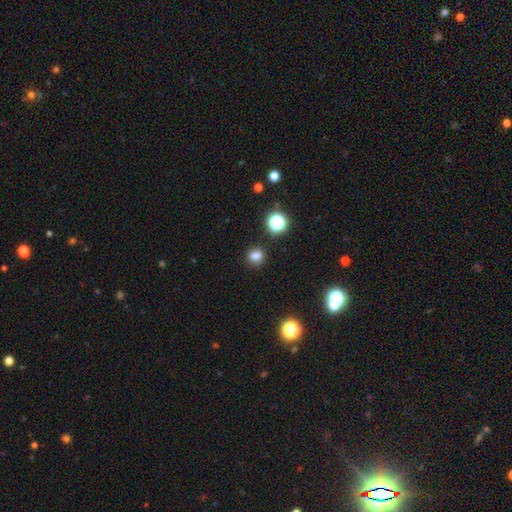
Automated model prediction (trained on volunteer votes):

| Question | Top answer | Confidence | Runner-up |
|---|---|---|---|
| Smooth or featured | smooth | 77% | star or artifact (17%) |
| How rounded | round | 65% | in between (34%) |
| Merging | none | 77% | minor disturbance (12%) |